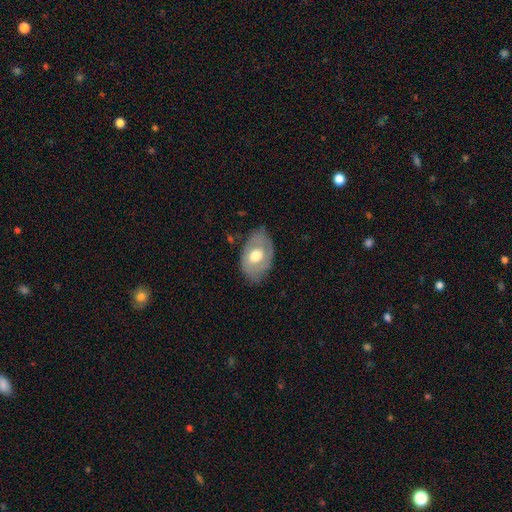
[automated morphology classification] This appears to be a featured or disk galaxy (48%). Merging: none (68%).